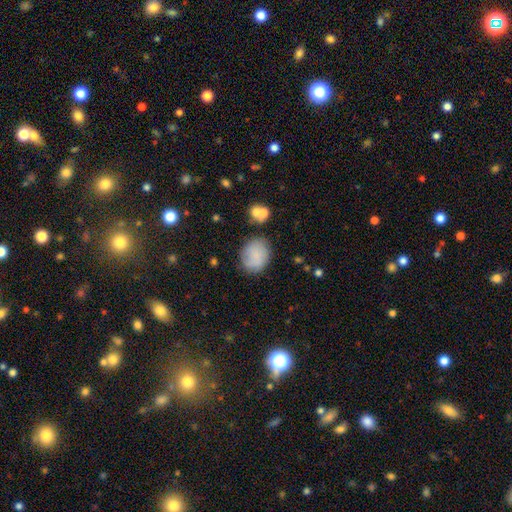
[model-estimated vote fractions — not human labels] The model was most divided on "how rounded": round: 59%, in between: 40%, cigar-shaped: 1%. More confident: smooth or featured — smooth (79%); merging — none (72%).